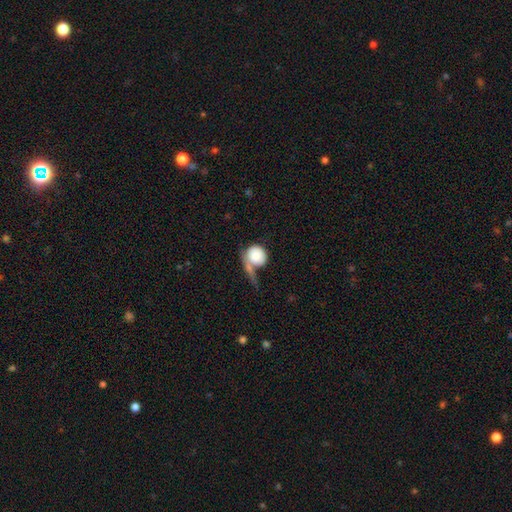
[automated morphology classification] Smooth or featured?
  - smooth: 77% *
  - featured or disk: 17%
  - star or artifact: 7%
How rounded?
  - round: 85% *
  - in between: 13%
  - cigar-shaped: 2%
Merging?
  - major disturbance: 28% *
  - none: 27%
  - merger: 26%
  - minor disturbance: 19%